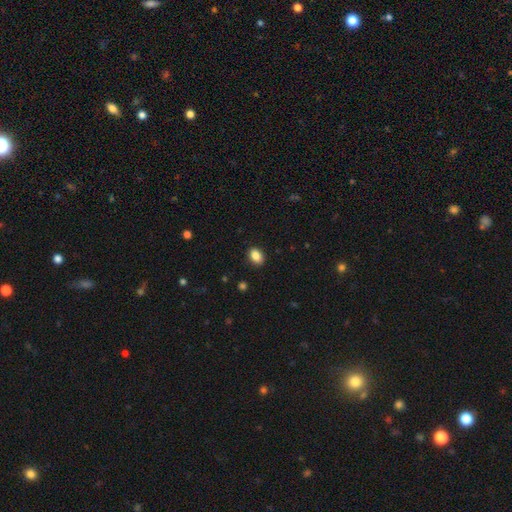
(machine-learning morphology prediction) Overall: smooth (86%). How rounded: in between (80%). Merging: none (89%).